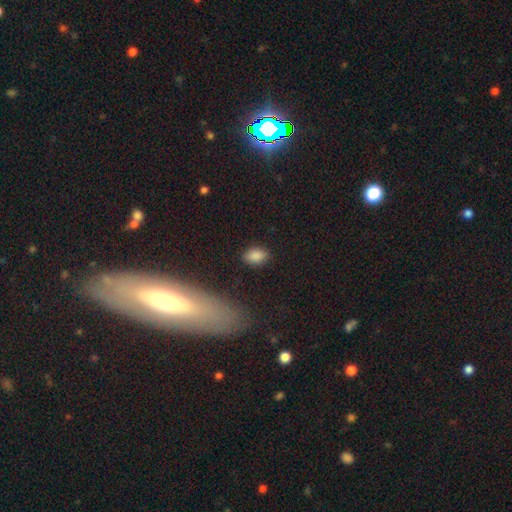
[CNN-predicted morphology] A smooth galaxy with no disk features (86%) that is in between round and cigar-shaped (87%). Merging: none (84%).